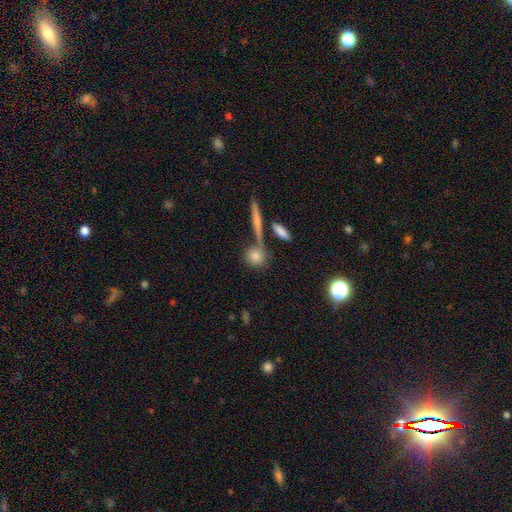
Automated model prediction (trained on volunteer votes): A smooth galaxy with no disk features (77%) that is round (73%).

Vote fractions:
- Smooth or featured? smooth: 77% / featured or disk: 14% / star or artifact: 9%
- How rounded? round: 73% / in between: 18% / cigar-shaped: 9%
- Merging? none: 62% / merger: 22% / minor disturbance: 11% / major disturbance: 5%